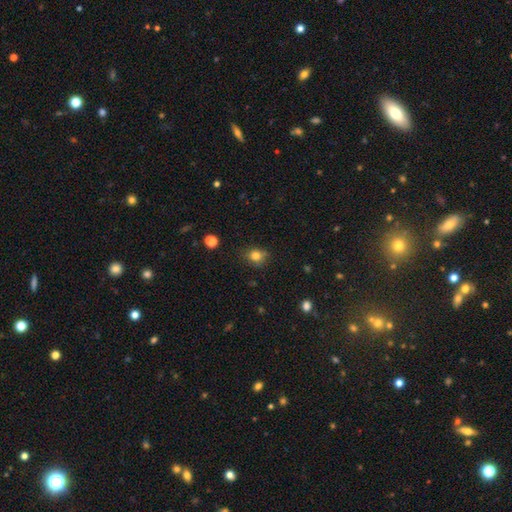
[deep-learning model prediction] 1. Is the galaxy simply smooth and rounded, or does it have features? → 80% smooth, 13% star or artifact, 7% featured or disk.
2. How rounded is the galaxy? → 67% round, 31% in between, 1% cigar-shaped.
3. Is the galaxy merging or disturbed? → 74% none, 20% minor disturbance, 4% major disturbance, 2% merger.